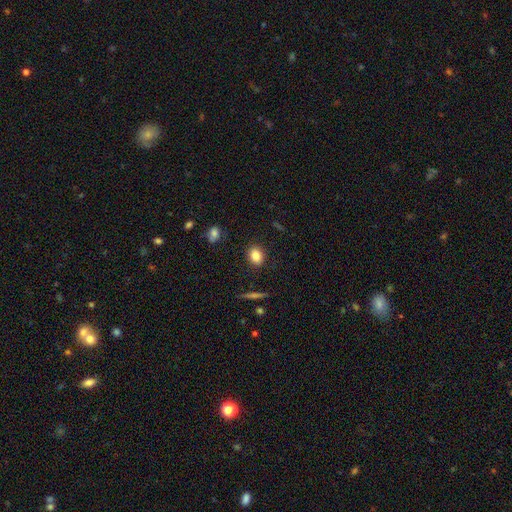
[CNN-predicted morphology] A smooth galaxy with no disk features (85%) that is in between round and cigar-shaped (61%). Merging: none (88%).